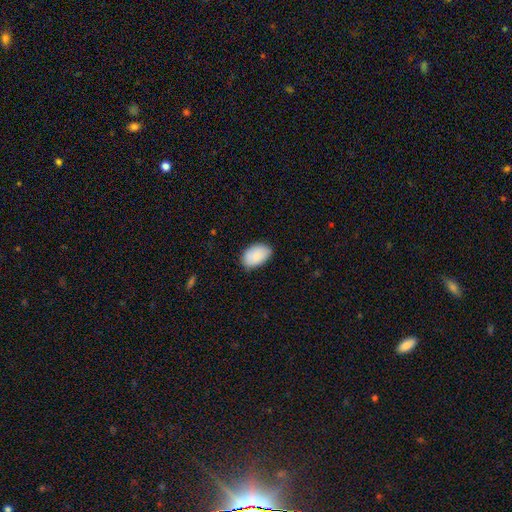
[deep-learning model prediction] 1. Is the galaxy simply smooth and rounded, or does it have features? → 90% smooth, 6% star or artifact, 4% featured or disk.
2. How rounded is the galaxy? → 92% in between, 7% round, 1% cigar-shaped.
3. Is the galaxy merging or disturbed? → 81% none, 16% minor disturbance, 2% major disturbance, 1% merger.